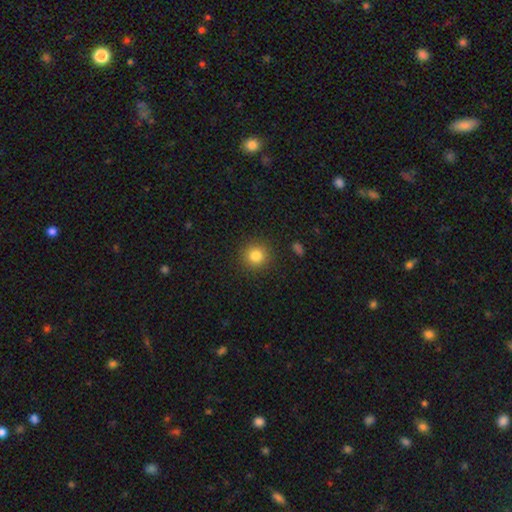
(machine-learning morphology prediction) Smooth or featured? smooth (83%)
How rounded? round (93%)
Merging? none (90%)